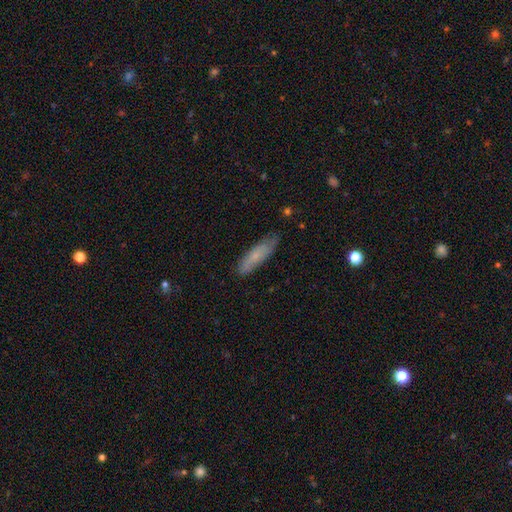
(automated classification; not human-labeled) Smooth or featured: smooth — 65% (featured or disk — 28%)
How rounded: cigar-shaped — 68% (in between — 30%)
Merging: none — 76% (minor disturbance — 19%)